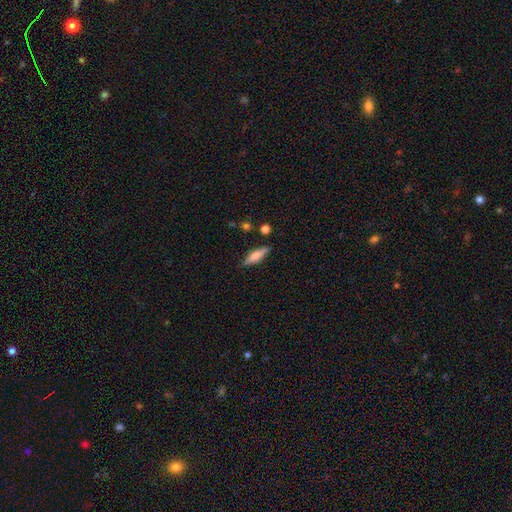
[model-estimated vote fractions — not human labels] Morphology: type=smooth (58%); roundness=cigar-shaped (65%); merging=none (83%).